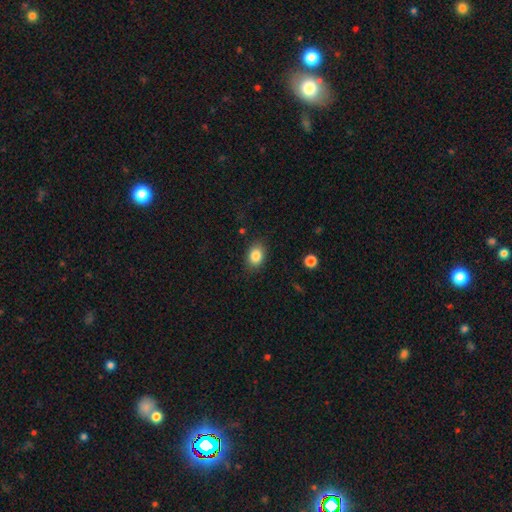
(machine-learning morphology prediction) smooth_or_featured: smooth (p=0.85) [alt: star or artifact p=0.09]
how_rounded: in between (p=0.69) [alt: round p=0.29]
merging: none (p=0.83) [alt: minor disturbance p=0.12]